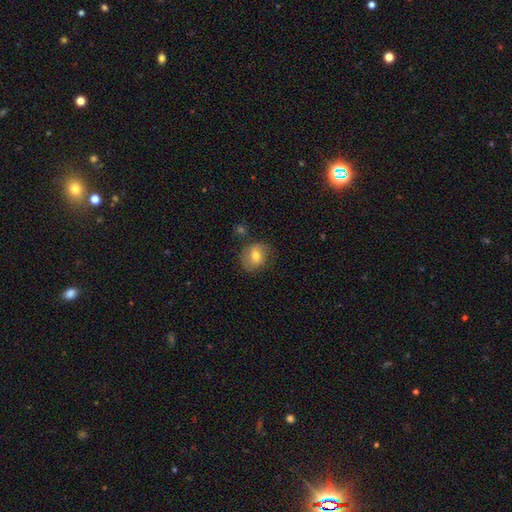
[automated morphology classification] Overall: smooth (65%; featured or disk 26%). How rounded: round (60%; in between 39%). Merging: none (68%).